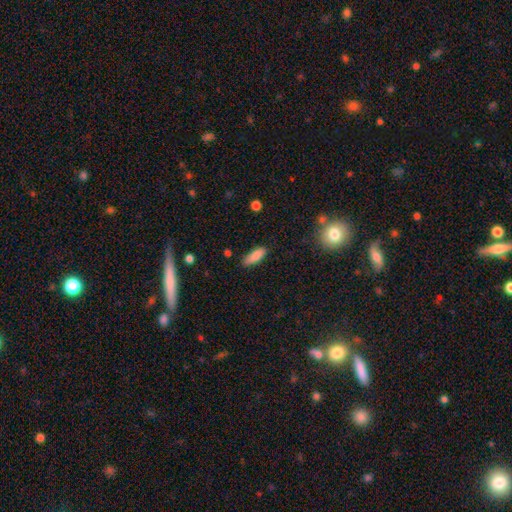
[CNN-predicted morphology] This is clearly a smooth galaxy (85%). How rounded: likely in between (61%). Merging: likely none (79%).